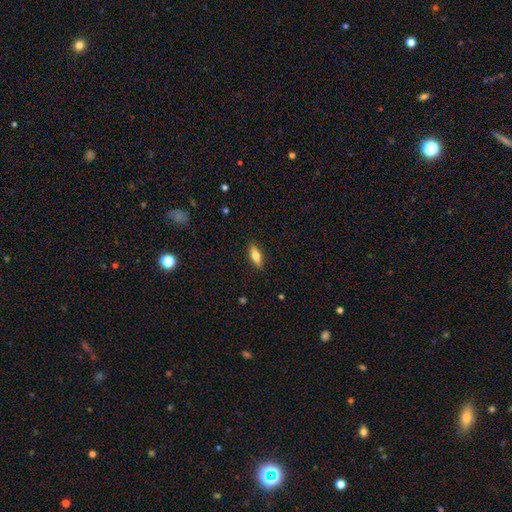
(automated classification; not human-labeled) Smooth or featured?
  - smooth: 70% *
  - featured or disk: 23%
  - star or artifact: 7%
How rounded?
  - in between: 64% *
  - cigar-shaped: 33%
  - round: 3%
Merging?
  - none: 87% *
  - minor disturbance: 10%
  - major disturbance: 2%
  - merger: 1%